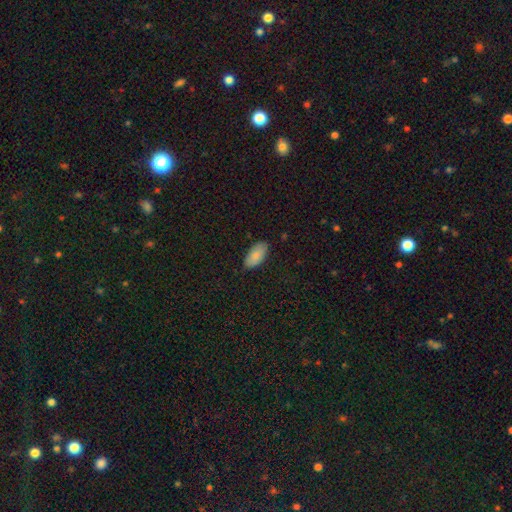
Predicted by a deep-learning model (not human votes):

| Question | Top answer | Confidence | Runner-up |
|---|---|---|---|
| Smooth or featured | smooth | 85% | featured or disk (8%) |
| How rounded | in between | 94% | cigar-shaped (4%) |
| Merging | none | 84% | minor disturbance (13%) |